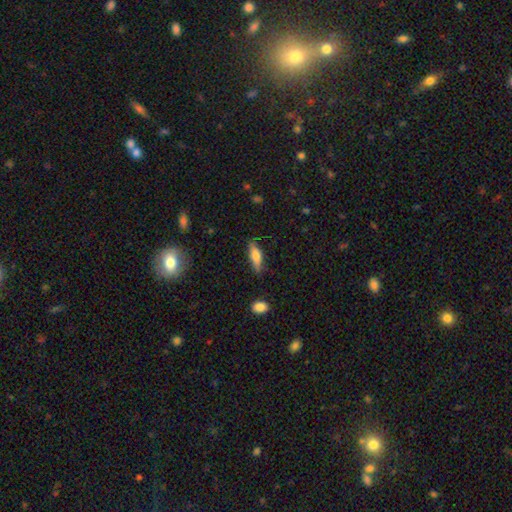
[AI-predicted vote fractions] smooth 64%, featured or disk 29%, star or artifact 7%. Down the decision tree: how rounded — cigar-shaped (50%); merging — none (76%).